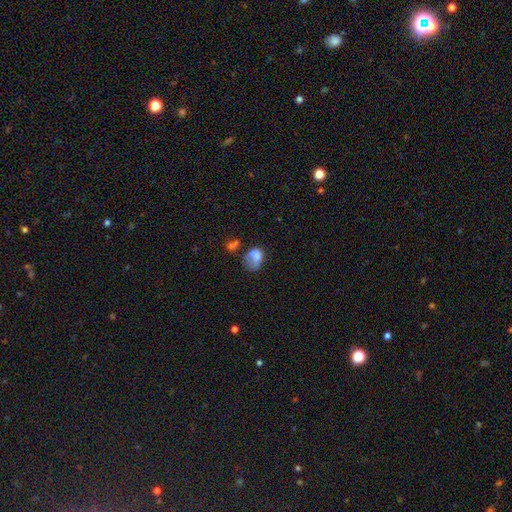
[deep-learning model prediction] smooth-or-featured: smooth: 70% | featured or disk: 19% | star or artifact: 12%
  how-rounded: in between: 71% | round: 28% | cigar-shaped: 1%
  merging: major disturbance: 36% | minor disturbance: 27% | none: 24% | merger: 13%